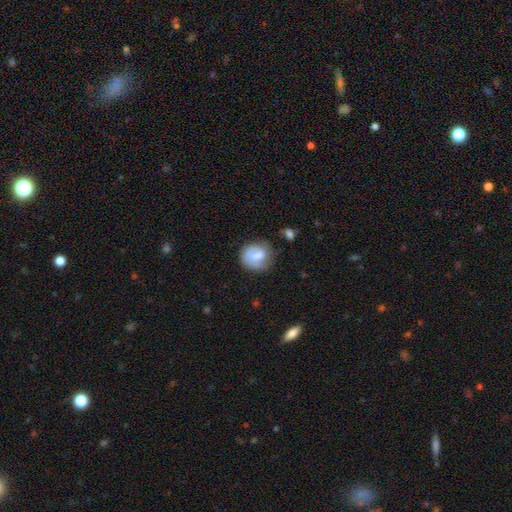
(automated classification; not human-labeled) The model was most divided on "smooth or featured": smooth: 60%, featured or disk: 33%, star or artifact: 7%. More confident: how rounded — round (74%); merging — none (59%).